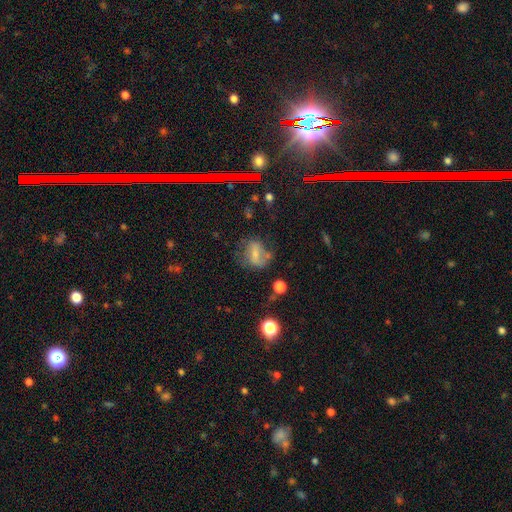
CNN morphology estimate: smooth 51%, featured or disk 35%, star or artifact 15%. Down the decision tree: how rounded — in between (57%); merging — none (44%).